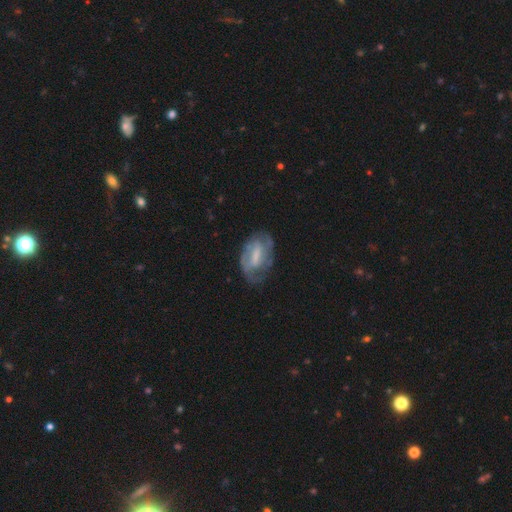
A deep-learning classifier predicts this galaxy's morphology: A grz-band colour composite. It shows a featured or disk galaxy (66%) with a weak bar (46%), spiral arms (74%) and a moderate central bulge (33%). Merging: none (61%).